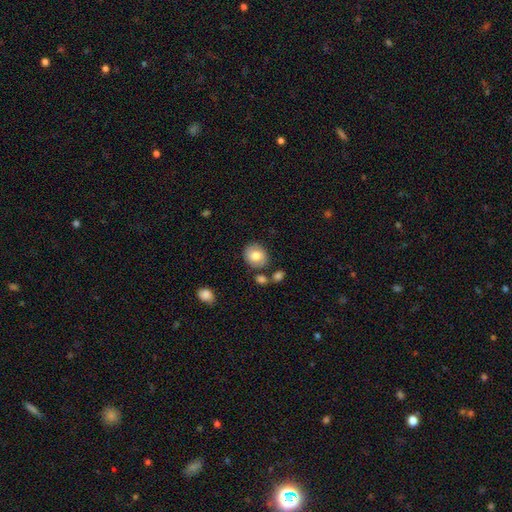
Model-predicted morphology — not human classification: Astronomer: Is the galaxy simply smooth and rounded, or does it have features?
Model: smooth — 78%.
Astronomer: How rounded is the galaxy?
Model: round — 71%.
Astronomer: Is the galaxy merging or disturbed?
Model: none — 77%.